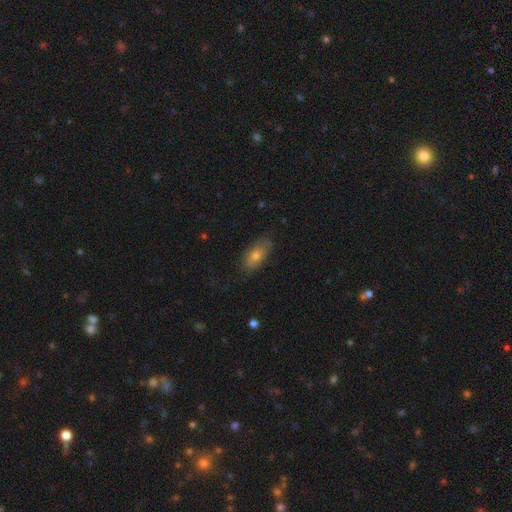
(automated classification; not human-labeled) Q: Smooth or featured?
A: smooth (70%); runner-up: featured or disk (22%)
Q: How rounded?
A: in between (84%); runner-up: cigar-shaped (12%)
Q: Merging?
A: none (75%); runner-up: minor disturbance (19%)